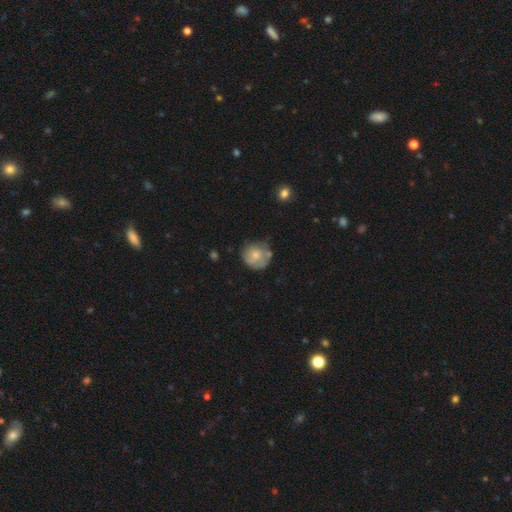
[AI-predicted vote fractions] Smooth or featured?
  - smooth: 56% *
  - featured or disk: 36%
  - star or artifact: 7%
How rounded?
  - round: 86% *
  - in between: 13%
  - cigar-shaped: 1%
Merging?
  - none: 58% *
  - minor disturbance: 27%
  - major disturbance: 11%
  - merger: 4%